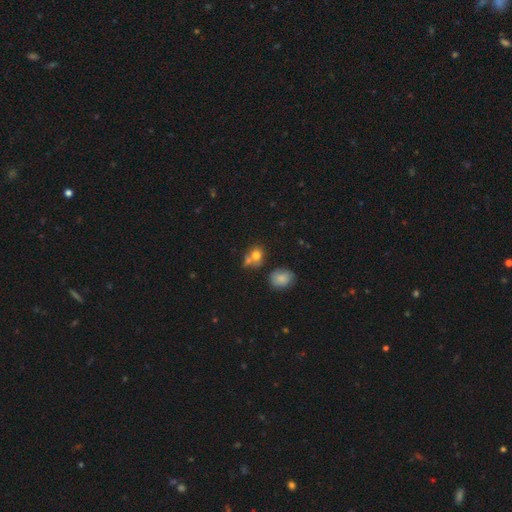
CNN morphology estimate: This is likely a smooth galaxy (75%). How rounded: likely round (63%). Merging: marginally none (45%).